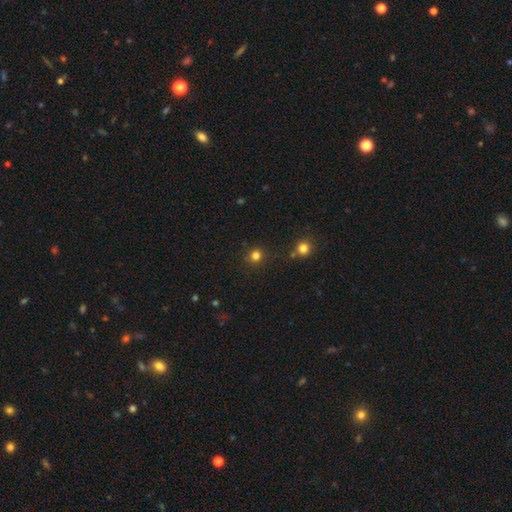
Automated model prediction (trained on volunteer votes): This appears to be a smooth galaxy with no disk features (78%) that is round (92%). Merging: none (86%).